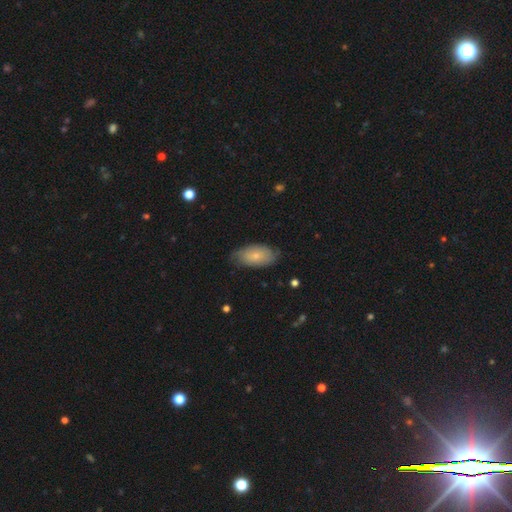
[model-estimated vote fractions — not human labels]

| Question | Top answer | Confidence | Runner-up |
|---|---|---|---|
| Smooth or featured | smooth | 64% | featured or disk (30%) |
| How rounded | in between | 93% | cigar-shaped (4%) |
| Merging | none | 71% | minor disturbance (23%) |